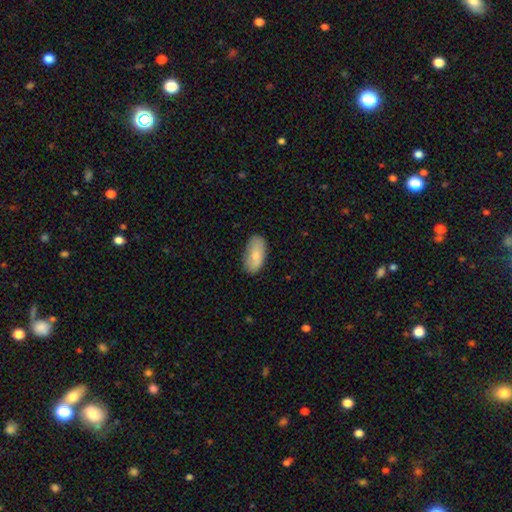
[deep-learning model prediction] smooth-or-featured: smooth: 78% | featured or disk: 16% | star or artifact: 6%
  how-rounded: in between: 93% | cigar-shaped: 5% | round: 3%
  merging: none: 80% | minor disturbance: 15% | major disturbance: 3% | merger: 1%